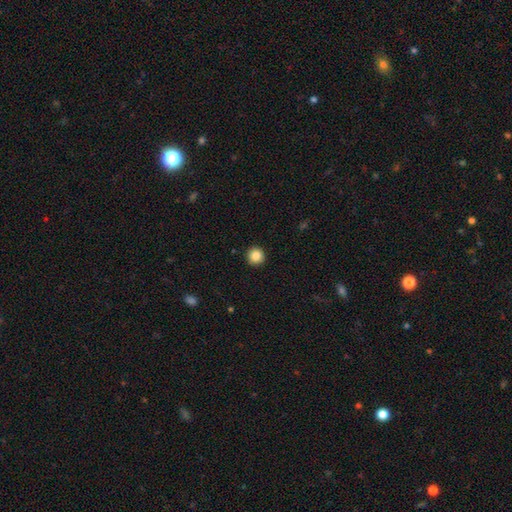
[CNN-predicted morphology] The model was most divided on "smooth or featured": smooth: 87%, star or artifact: 9%, featured or disk: 3%. More confident: how rounded — round (95%); merging — none (93%).